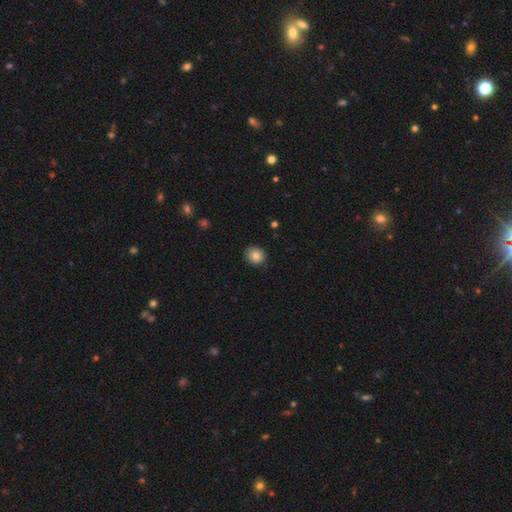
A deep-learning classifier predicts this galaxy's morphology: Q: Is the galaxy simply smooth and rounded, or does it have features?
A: smooth — 81%.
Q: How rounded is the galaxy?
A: round — 78%.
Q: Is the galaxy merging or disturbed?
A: none — 85%.